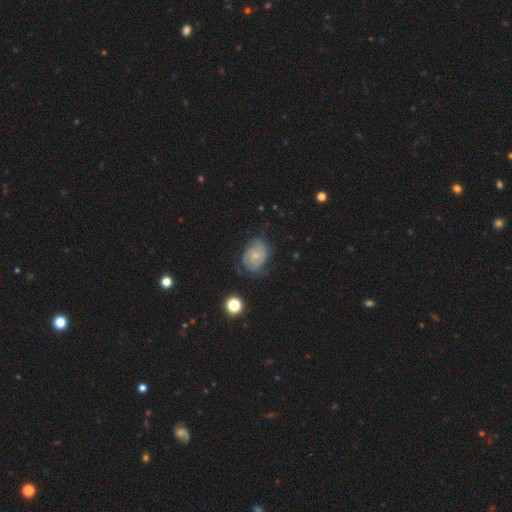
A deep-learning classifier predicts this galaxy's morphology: This is likely a featured or disk galaxy (70%). It is clearly not viewed edge-on (97%). Bar: likely no (76%). Spiral arm pattern: clearly yes (89%). Spiral arm count: marginally 2 (43%). Spiral winding: likely tight (61%). Central bulge: likely small (66%). Merging: likely none (62%).